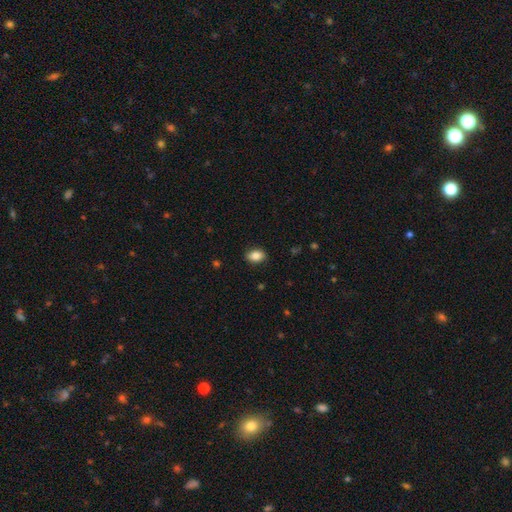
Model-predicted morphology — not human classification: type=smooth (86%); roundness=in between (81%); merging=none (88%).